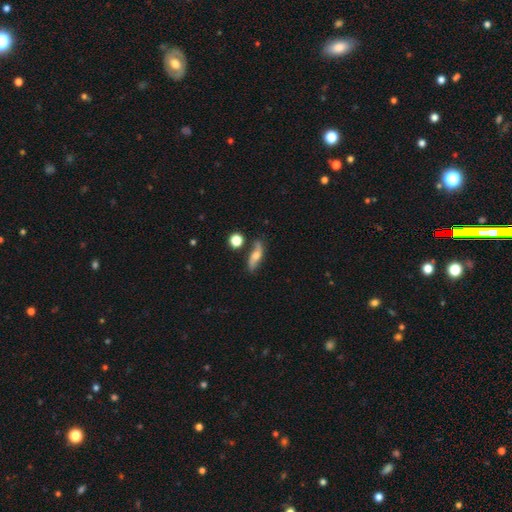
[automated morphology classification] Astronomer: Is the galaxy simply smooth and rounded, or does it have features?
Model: featured or disk — 60%.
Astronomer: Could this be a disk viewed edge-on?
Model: no — 76%.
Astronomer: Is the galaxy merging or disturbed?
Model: none — 71%.